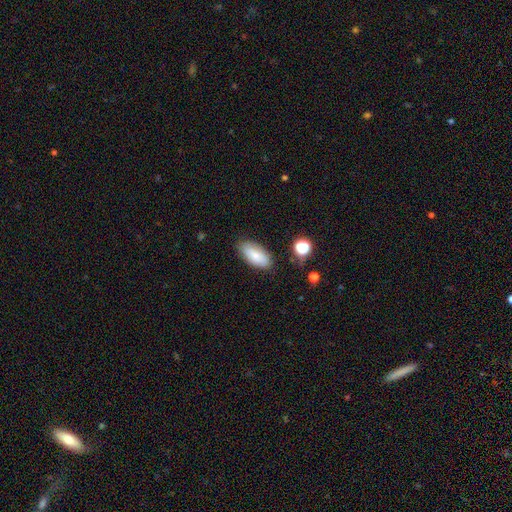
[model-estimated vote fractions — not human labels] Smooth or featured?
  - smooth: 78% *
  - featured or disk: 14%
  - star or artifact: 8%
How rounded?
  - in between: 89% *
  - cigar-shaped: 8%
  - round: 3%
Merging?
  - none: 82% *
  - minor disturbance: 13%
  - major disturbance: 3%
  - merger: 2%